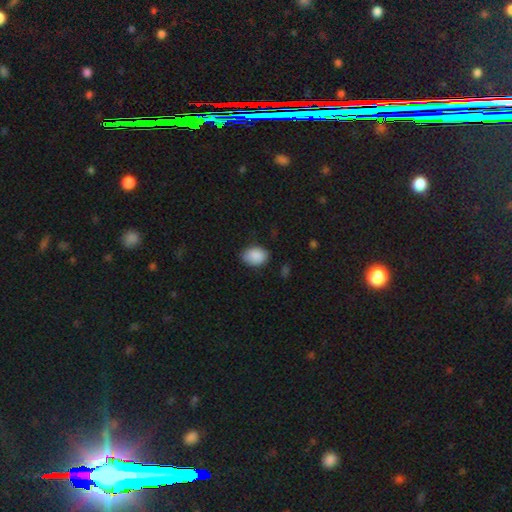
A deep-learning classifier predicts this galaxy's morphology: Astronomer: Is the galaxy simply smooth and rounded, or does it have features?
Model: smooth — 89%.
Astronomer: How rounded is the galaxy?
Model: in between — 74%.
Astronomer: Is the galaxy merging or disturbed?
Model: none — 77%.